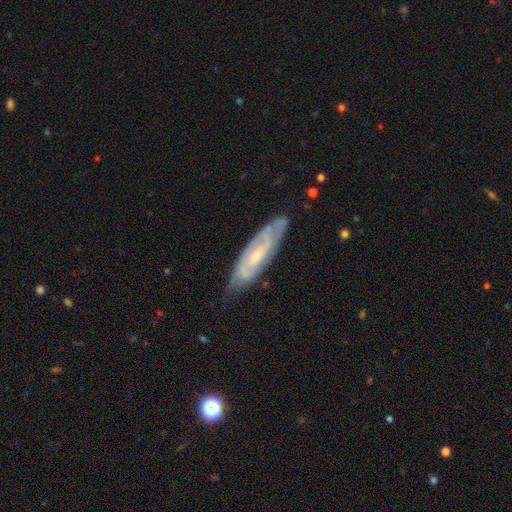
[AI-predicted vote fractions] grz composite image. It shows a featured or disk galaxy (71%) with no bar (50%), spiral arms (84%) and a small central bulge (62%). Merging: none (72%).